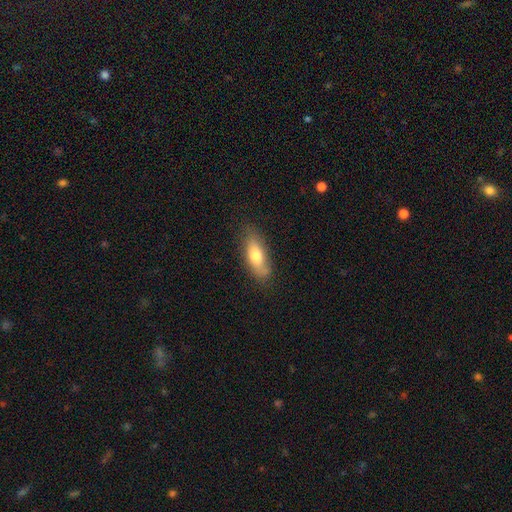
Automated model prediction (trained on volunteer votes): Q: Smooth or featured?
A: smooth (72%); runner-up: featured or disk (21%)
Q: How rounded?
A: in between (71%); runner-up: cigar-shaped (25%)
Q: Merging?
A: none (75%); runner-up: minor disturbance (19%)